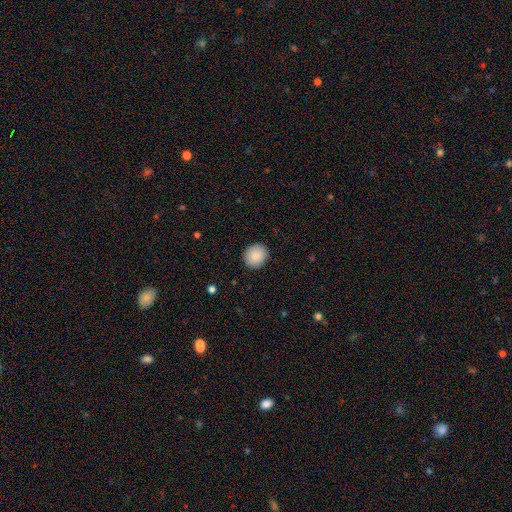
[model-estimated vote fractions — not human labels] Smooth or featured?
  - smooth: 89% *
  - star or artifact: 7%
  - featured or disk: 4%
How rounded?
  - round: 78% *
  - in between: 21%
  - cigar-shaped: 1%
Merging?
  - none: 90% *
  - minor disturbance: 7%
  - major disturbance: 2%
  - merger: 1%